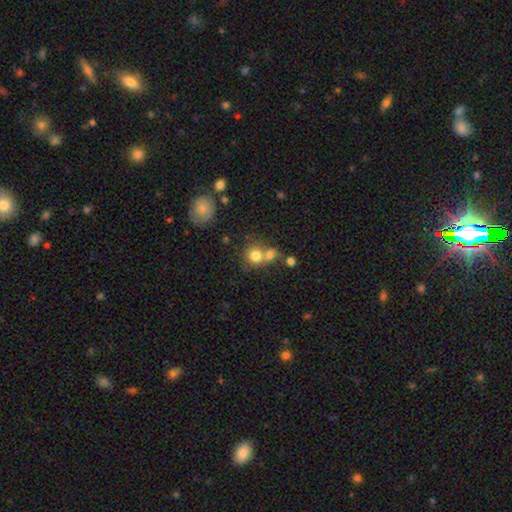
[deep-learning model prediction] Smooth or featured? Predicted: smooth (p=0.77). How rounded? Predicted: round (p=0.83). Merging? Predicted: merger (p=0.46).